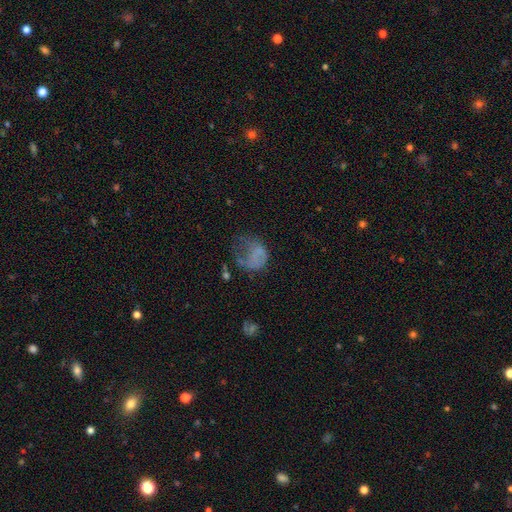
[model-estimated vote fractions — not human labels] smooth_or_featured: smooth (p=0.50) [alt: featured or disk p=0.34]
how_rounded: in between (p=0.53) [alt: round p=0.46]
merging: major disturbance (p=0.49) [alt: none p=0.25]